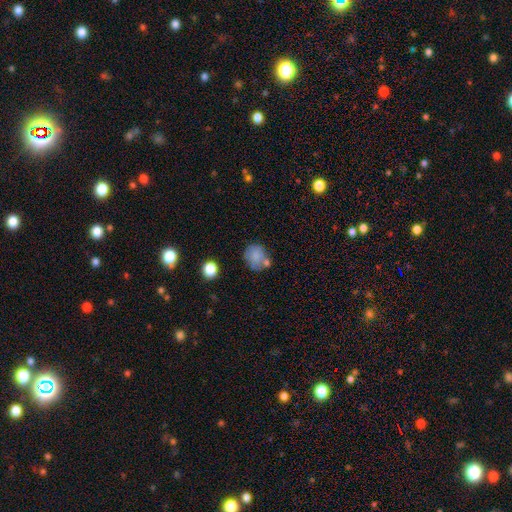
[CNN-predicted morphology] A smooth galaxy with no disk features (71%) that is round (71%). Merging: none (54%).